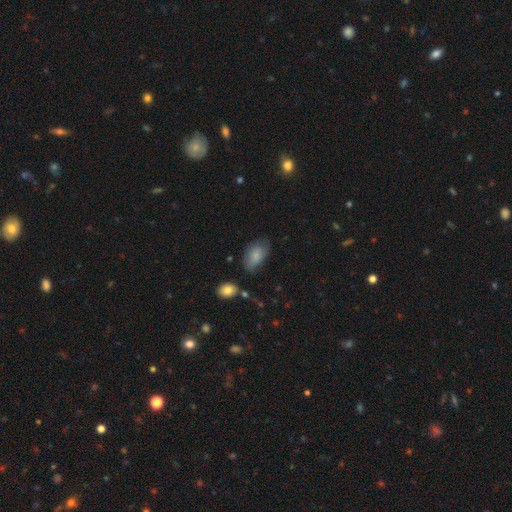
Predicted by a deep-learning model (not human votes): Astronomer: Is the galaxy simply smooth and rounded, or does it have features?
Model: smooth — 79%.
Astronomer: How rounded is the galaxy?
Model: in between — 92%.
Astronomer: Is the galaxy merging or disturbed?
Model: none — 59%.